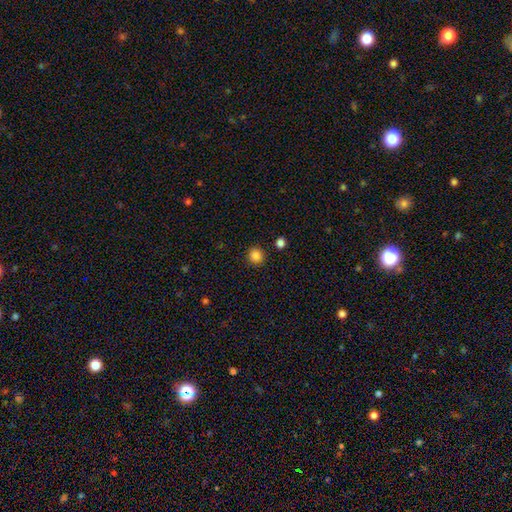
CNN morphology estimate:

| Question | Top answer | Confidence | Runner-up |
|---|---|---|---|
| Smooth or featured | smooth | 86% | star or artifact (11%) |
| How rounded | round | 90% | in between (9%) |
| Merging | none | 90% | minor disturbance (6%) |